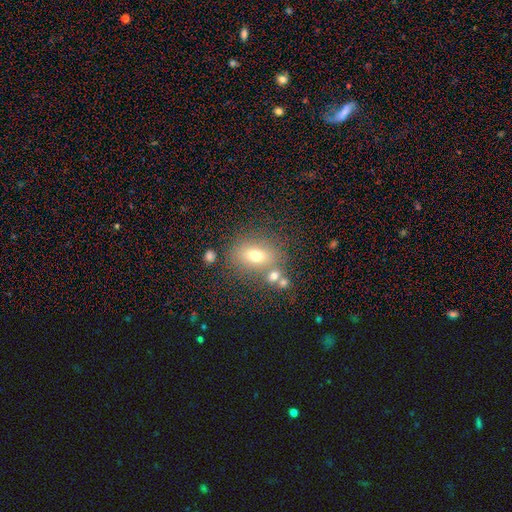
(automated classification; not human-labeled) A smooth galaxy with no disk features (67%) that is in between round and cigar-shaped (53%).

Vote fractions:
- Smooth or featured? smooth: 67% / featured or disk: 19% / star or artifact: 14%
- How rounded? in between: 53% / round: 45% / cigar-shaped: 2%
- Merging? none: 66% / merger: 16% / minor disturbance: 13% / major disturbance: 6%